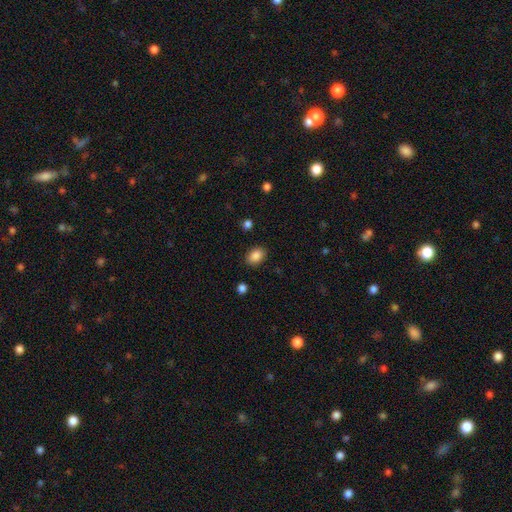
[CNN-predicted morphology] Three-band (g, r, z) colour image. It shows a smooth galaxy with no disk features (87%) that is in between round and cigar-shaped (73%). Merging: none (86%).